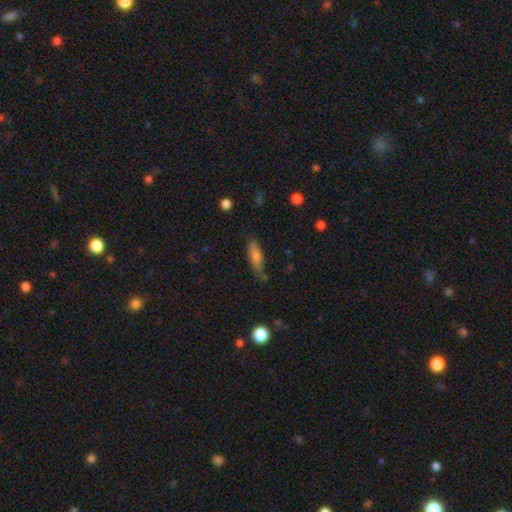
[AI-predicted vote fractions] Smooth or featured: smooth — 70% (featured or disk — 22%)
How rounded: cigar-shaped — 50% (in between — 48%)
Merging: none — 59% (minor disturbance — 30%)